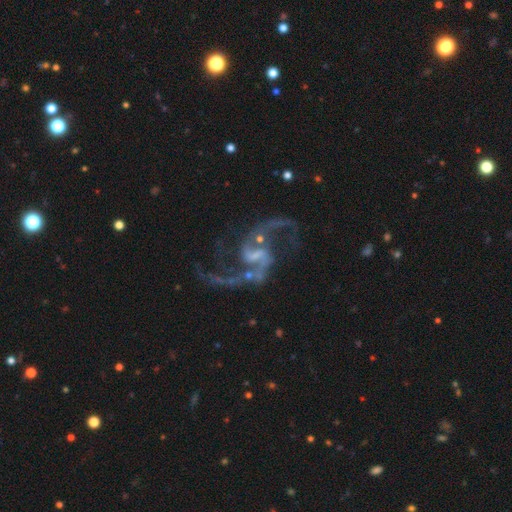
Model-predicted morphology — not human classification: Smooth or featured? Predicted: featured or disk (p=0.93). Edge-on disk? Predicted: no (p=0.98). Bar? Predicted: weak (p=0.56). Spiral arms? Predicted: yes (p=0.98). Spiral winding? Predicted: loose (p=0.68). Spiral arm count? Predicted: 2 (p=0.94). Bulge size? Predicted: small (p=0.50). Merging? Predicted: none (p=0.68).